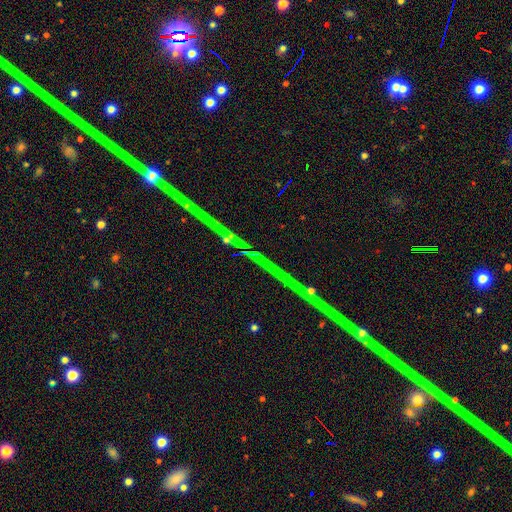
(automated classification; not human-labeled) Smooth or featured?
  - star or artifact: 84% *
  - featured or disk: 9%
  - smooth: 7%